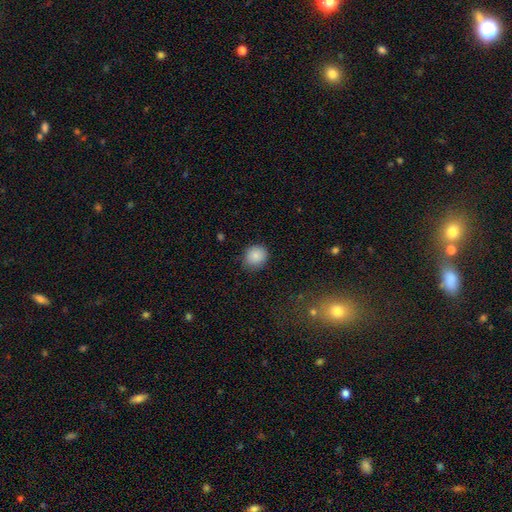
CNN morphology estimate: smooth-or-featured: smooth: 87% | star or artifact: 9% | featured or disk: 4%
  how-rounded: round: 74% | in between: 25% | cigar-shaped: 1%
  merging: none: 81% | minor disturbance: 15% | major disturbance: 3% | merger: 1%